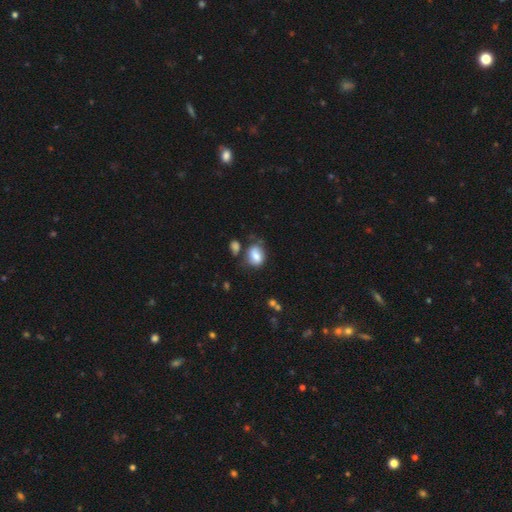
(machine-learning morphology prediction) A smooth galaxy with no disk features (77%) that is in between round and cigar-shaped (68%). Merging: none (46%).